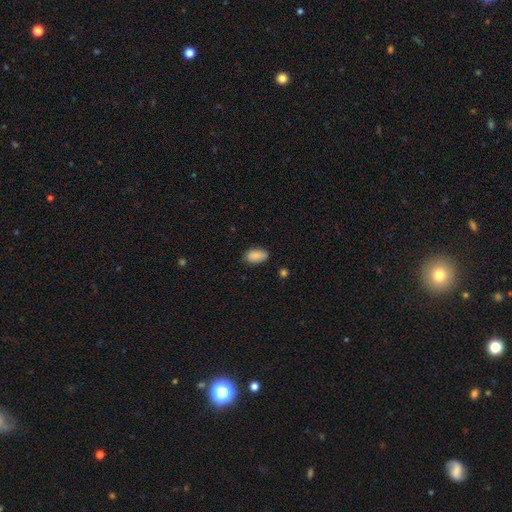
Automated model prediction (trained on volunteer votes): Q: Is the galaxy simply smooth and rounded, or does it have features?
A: smooth — 88%.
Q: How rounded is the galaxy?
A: in between — 93%.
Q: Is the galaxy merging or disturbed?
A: none — 80%.